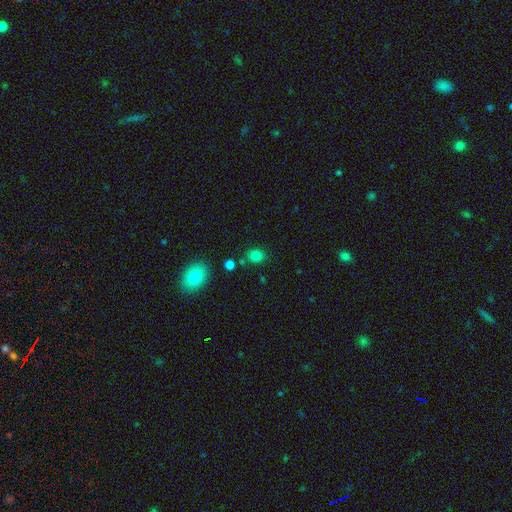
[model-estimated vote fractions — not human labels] smooth_or_featured: smooth (p=0.82) [alt: star or artifact p=0.13]
how_rounded: round (p=0.63) [alt: in between p=0.36]
merging: none (p=0.78) [alt: minor disturbance p=0.11]